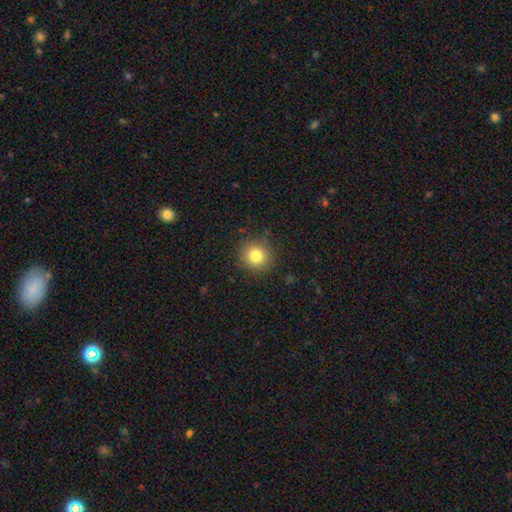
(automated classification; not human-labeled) Smooth or featured? smooth (81%)
How rounded? round (92%)
Merging? none (88%)